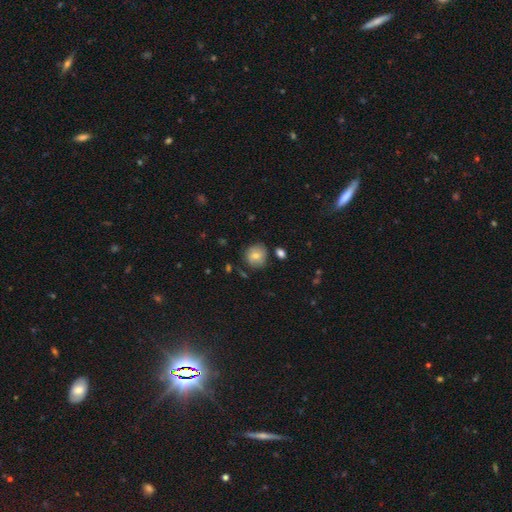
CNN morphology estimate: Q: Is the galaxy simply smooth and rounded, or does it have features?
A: smooth — 70%.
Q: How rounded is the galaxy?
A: round — 83%.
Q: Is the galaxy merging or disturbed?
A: none — 73%.